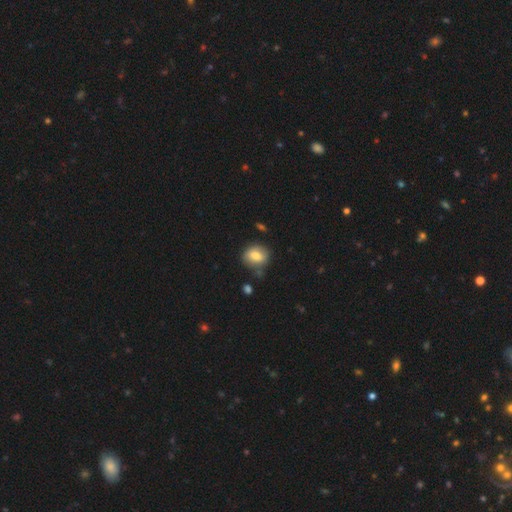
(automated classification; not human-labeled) smooth_or_featured: smooth (p=0.78) [alt: featured or disk p=0.14]
how_rounded: round (p=0.56) [alt: in between p=0.43]
merging: none (p=0.70) [alt: minor disturbance p=0.20]